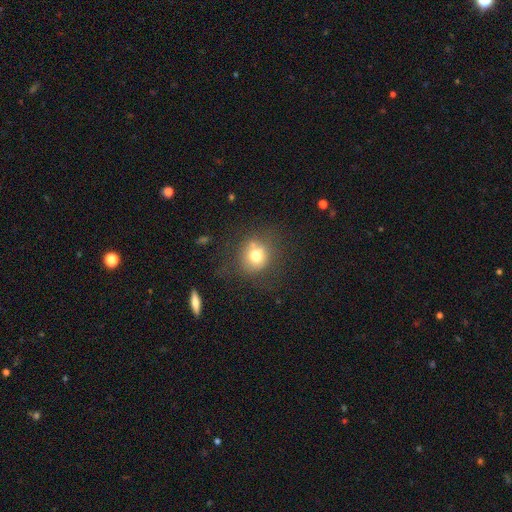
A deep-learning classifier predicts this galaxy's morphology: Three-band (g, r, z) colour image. It shows a smooth galaxy with no disk features (71%) that is round (81%). Merging: none (65%).